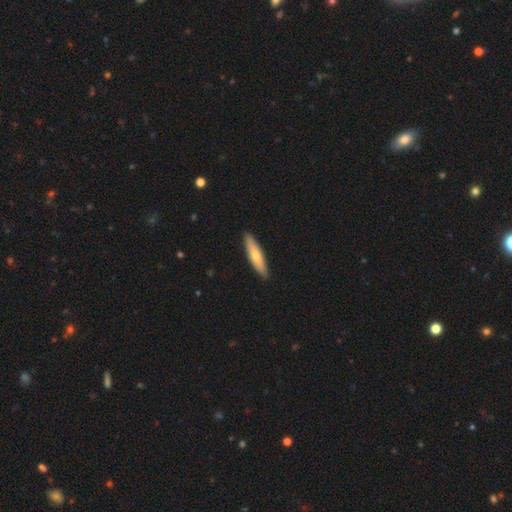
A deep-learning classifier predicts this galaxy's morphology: type=smooth (63%); roundness=cigar-shaped (76%); merging=none (90%).